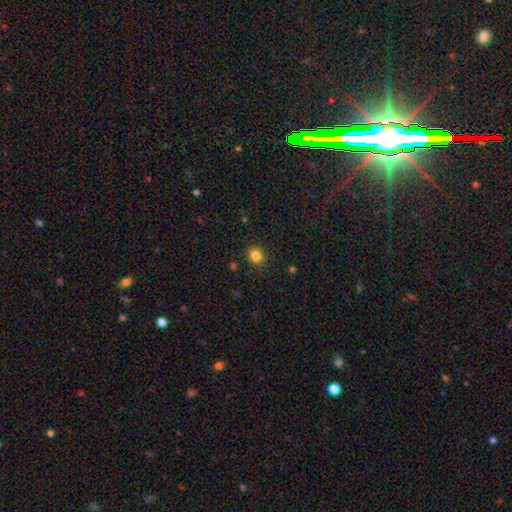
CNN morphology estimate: The model was most divided on "how rounded": round: 82%, in between: 17%, cigar-shaped: 1%. More confident: merging — none (89%); smooth or featured — smooth (83%).